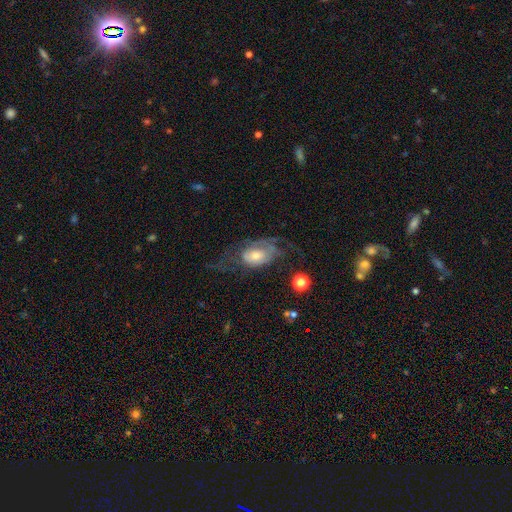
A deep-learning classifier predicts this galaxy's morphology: A featured or disk galaxy (61%) with no bar (74%), spiral arms (65%) and a moderate central bulge (53%). Merging: major disturbance (39%).